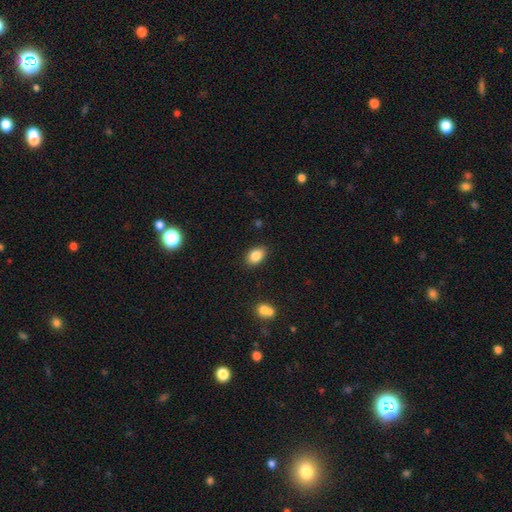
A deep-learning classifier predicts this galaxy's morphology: A smooth galaxy with no disk features (85%) that is in between round and cigar-shaped (85%). Merging: none (86%).